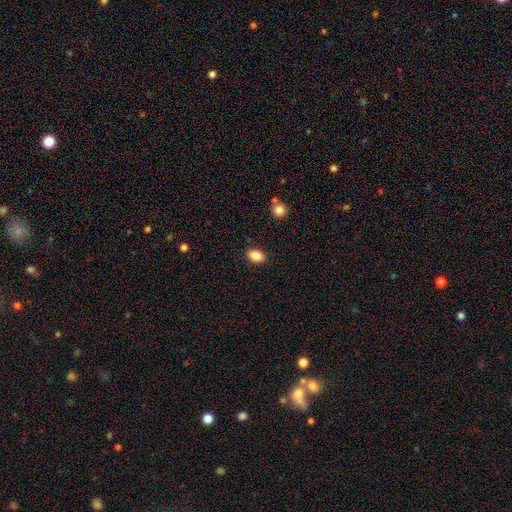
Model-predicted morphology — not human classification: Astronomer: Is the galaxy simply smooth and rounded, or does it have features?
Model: smooth — 87%.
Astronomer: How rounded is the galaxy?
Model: in between — 82%.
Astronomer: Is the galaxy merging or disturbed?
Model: none — 88%.